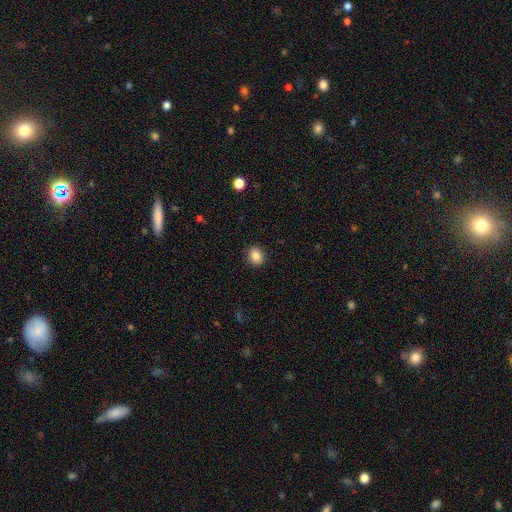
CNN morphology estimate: type=smooth (87%); roundness=round (50%); merging=none (90%).